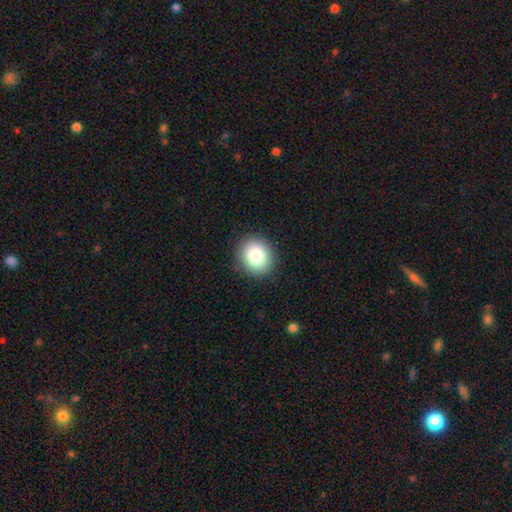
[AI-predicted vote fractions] This appears to be a smooth galaxy with no disk features (82%) that is round (76%). Merging: none (90%).